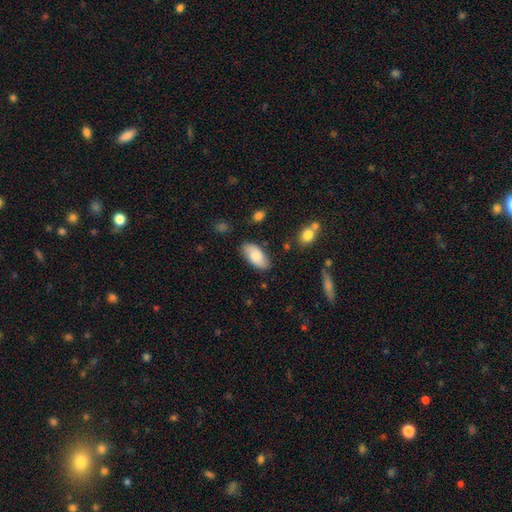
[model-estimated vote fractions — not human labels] Smooth or featured? Predicted: smooth (p=0.78). How rounded? Predicted: in between (p=0.93). Merging? Predicted: none (p=0.81).